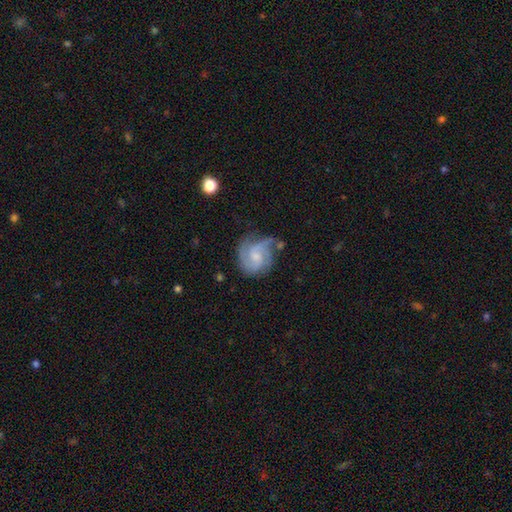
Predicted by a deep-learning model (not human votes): Overall: featured or disk (80%). Edge-on disk: no (98%). Bar: no (55%; weak 40%). Spiral arms: yes (96%). Spiral arm count: 2 (39%; 3 36%). Spiral winding: medium (49%; tight 36%). Bulge size: small (50%; moderate 35%). Merging: none (58%; minor disturbance 25%).